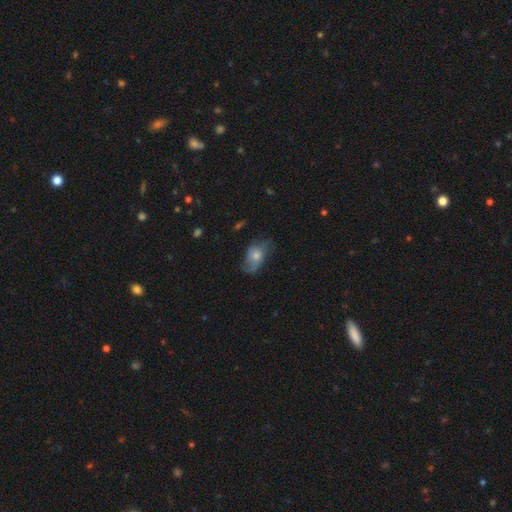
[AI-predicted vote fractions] smooth-or-featured: smooth: 52% | featured or disk: 39% | star or artifact: 9%
  how-rounded: in between: 83% | round: 15% | cigar-shaped: 3%
  merging: none: 48% | minor disturbance: 31% | major disturbance: 19% | merger: 2%